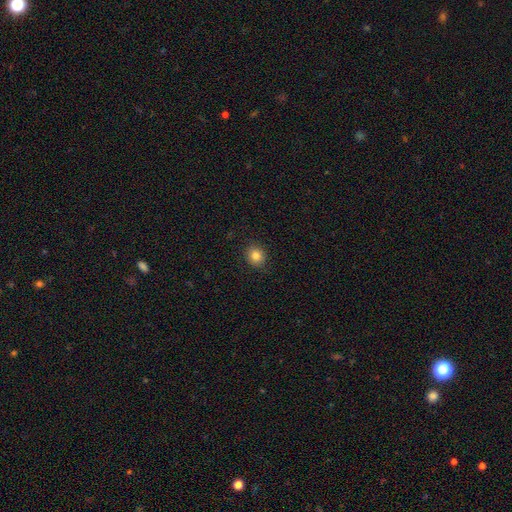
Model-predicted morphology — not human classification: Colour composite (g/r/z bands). It shows a smooth galaxy with no disk features (83%) that is round (74%). Merging: none (88%).